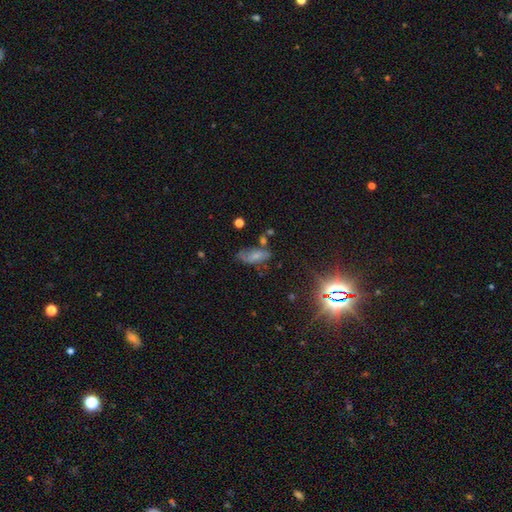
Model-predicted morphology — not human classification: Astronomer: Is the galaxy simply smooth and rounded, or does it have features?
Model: smooth — 58%.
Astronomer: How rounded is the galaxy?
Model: in between — 82%.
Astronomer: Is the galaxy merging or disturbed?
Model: none — 52% (runner-up: minor disturbance, 29%).